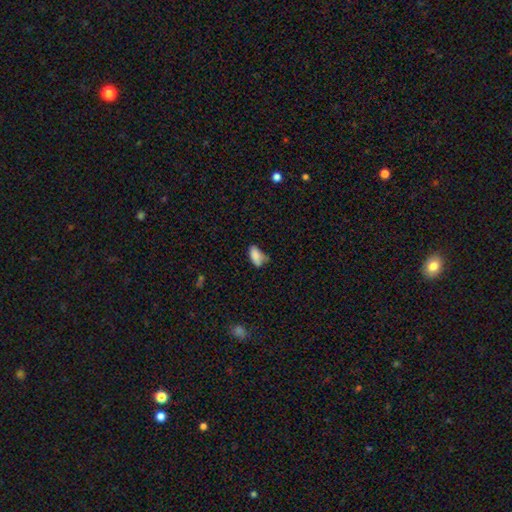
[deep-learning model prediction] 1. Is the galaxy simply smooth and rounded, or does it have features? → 83% smooth, 9% featured or disk, 9% star or artifact.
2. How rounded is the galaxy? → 89% in between, 8% cigar-shaped, 3% round.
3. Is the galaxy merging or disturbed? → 47% none, 36% minor disturbance, 10% major disturbance, 7% merger.